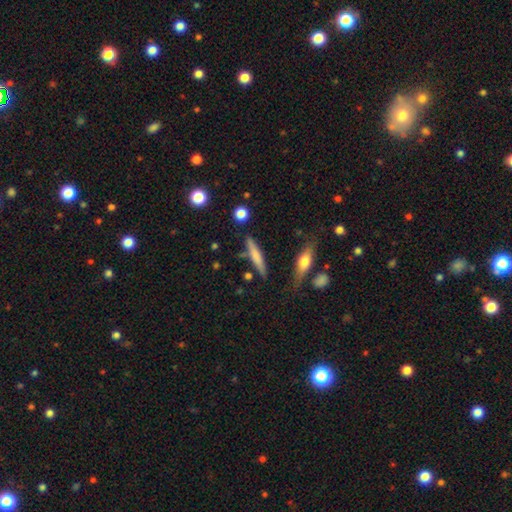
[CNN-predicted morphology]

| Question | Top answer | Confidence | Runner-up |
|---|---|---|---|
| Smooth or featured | smooth | 63% | featured or disk (30%) |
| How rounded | cigar-shaped | 87% | in between (11%) |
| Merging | none | 77% | minor disturbance (13%) |